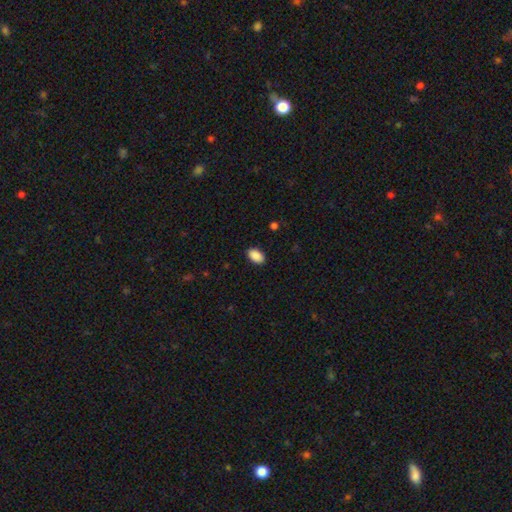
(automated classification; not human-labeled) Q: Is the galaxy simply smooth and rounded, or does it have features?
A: smooth — 90%.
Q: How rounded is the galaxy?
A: in between — 93%.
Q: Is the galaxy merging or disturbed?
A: none — 89%.